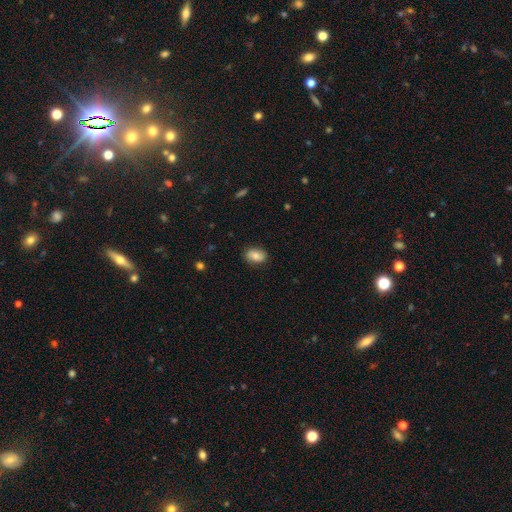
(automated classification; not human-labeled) Smooth or featured?
  - smooth: 80% *
  - featured or disk: 12%
  - star or artifact: 8%
How rounded?
  - in between: 83% *
  - round: 15%
  - cigar-shaped: 2%
Merging?
  - none: 84% *
  - minor disturbance: 12%
  - major disturbance: 3%
  - merger: 1%